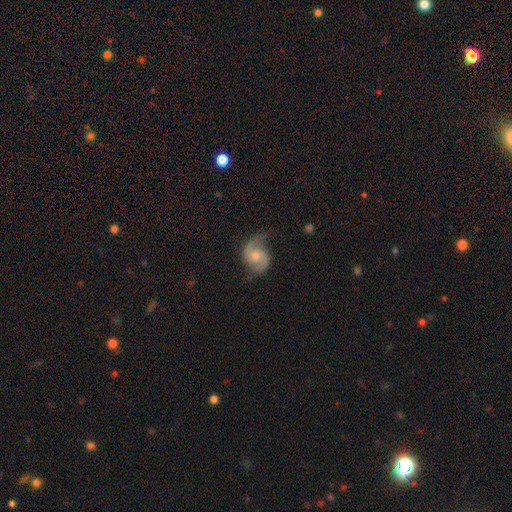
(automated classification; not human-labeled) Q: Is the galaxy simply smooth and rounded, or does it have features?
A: featured or disk — 84%.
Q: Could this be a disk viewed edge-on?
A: no — 98%.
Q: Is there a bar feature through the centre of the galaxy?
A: no — 57%.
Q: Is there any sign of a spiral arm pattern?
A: yes — 97%.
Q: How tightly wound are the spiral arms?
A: medium — 52%.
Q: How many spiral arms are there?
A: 2 — 91%.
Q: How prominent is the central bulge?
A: moderate — 55%.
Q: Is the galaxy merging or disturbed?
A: none — 65%.